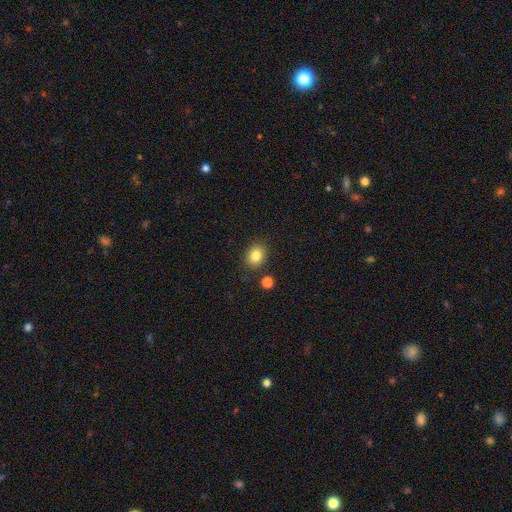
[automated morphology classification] Smooth or featured?
  - smooth: 82% *
  - star or artifact: 11%
  - featured or disk: 7%
How rounded?
  - round: 54% *
  - in between: 45%
  - cigar-shaped: 1%
Merging?
  - none: 85% *
  - minor disturbance: 9%
  - merger: 4%
  - major disturbance: 2%